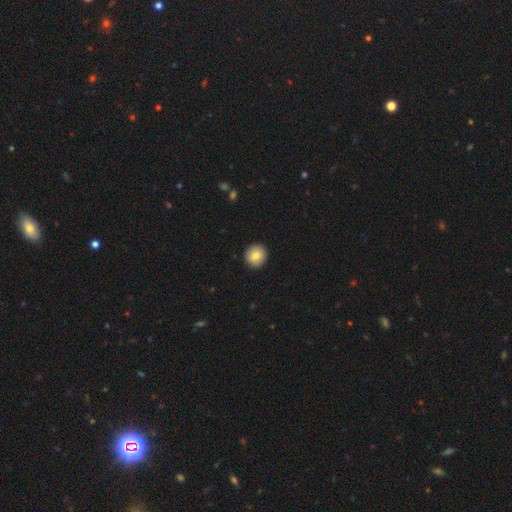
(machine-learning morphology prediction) A smooth galaxy with no disk features (82%) that is round (94%).

Vote fractions:
- Smooth or featured? smooth: 82% / featured or disk: 11% / star or artifact: 8%
- How rounded? round: 94% / in between: 5% / cigar-shaped: 1%
- Merging? none: 92% / minor disturbance: 5% / major disturbance: 1% / merger: 1%